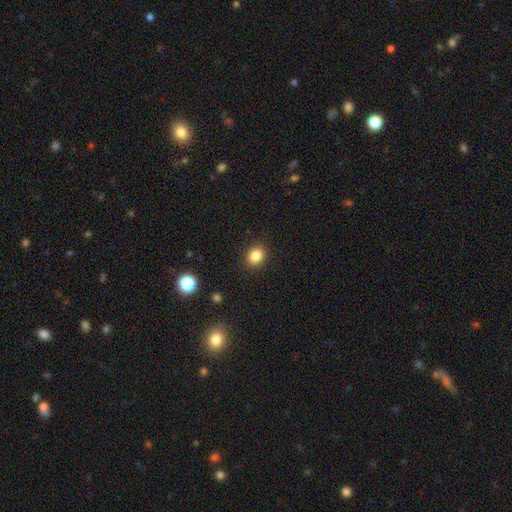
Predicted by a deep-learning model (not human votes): smooth-or-featured: smooth: 84% | star or artifact: 11% | featured or disk: 4%
  how-rounded: round: 67% | in between: 32% | cigar-shaped: 1%
  merging: none: 89% | minor disturbance: 7% | major disturbance: 2% | merger: 1%